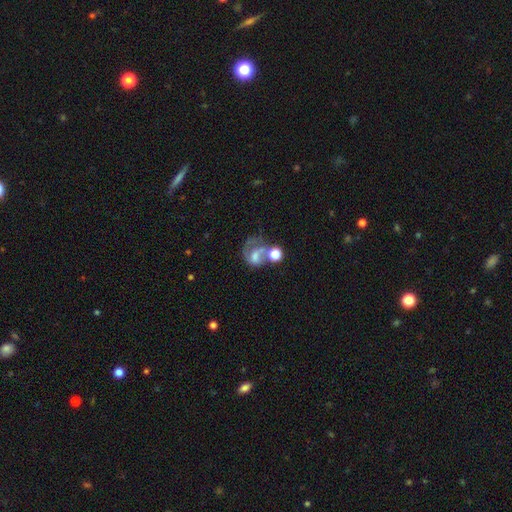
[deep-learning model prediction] The model was most divided on "merging": major disturbance: 33%, merger: 31%, none: 23%, minor disturbance: 14%. Remaining: smooth or featured — featured or disk (48%).